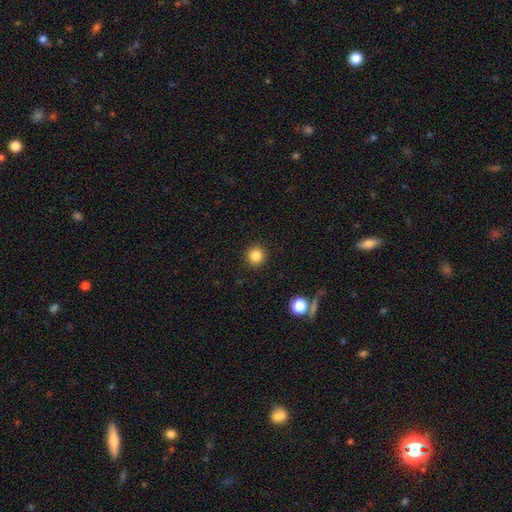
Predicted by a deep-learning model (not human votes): smooth-or-featured: smooth: 84% | star or artifact: 11% | featured or disk: 4%
  how-rounded: round: 94% | in between: 5% | cigar-shaped: 1%
  merging: none: 92% | minor disturbance: 5% | major disturbance: 2% | merger: 1%